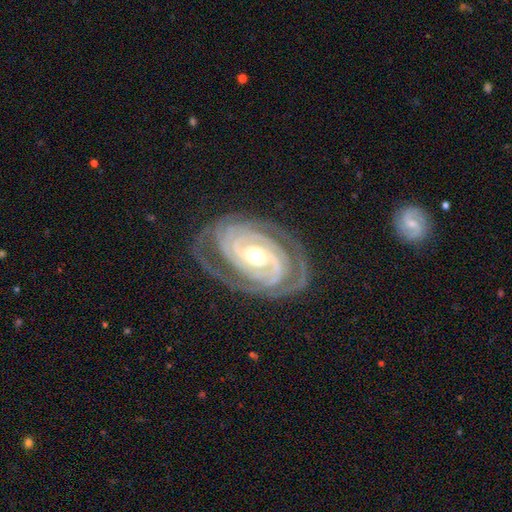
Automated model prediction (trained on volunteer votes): Morphology: type=featured or disk (93%); edge-on=no (97%); bar=no (42%); spiral arms=yes (99%); winding=tight (83%); arm count=2 (50%); bulge=moderate (67%); merging=none (79%).